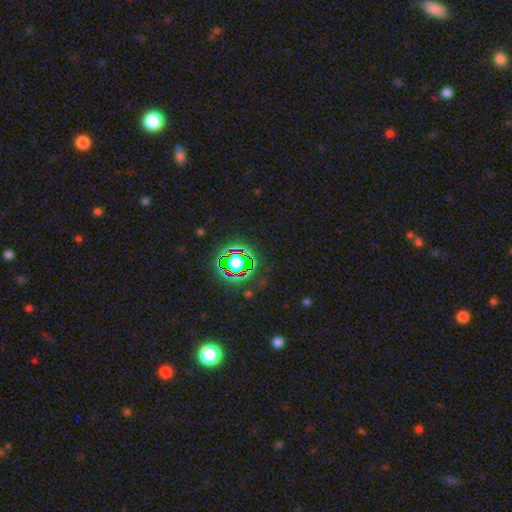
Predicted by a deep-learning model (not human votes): Overall: star or artifact (78%).